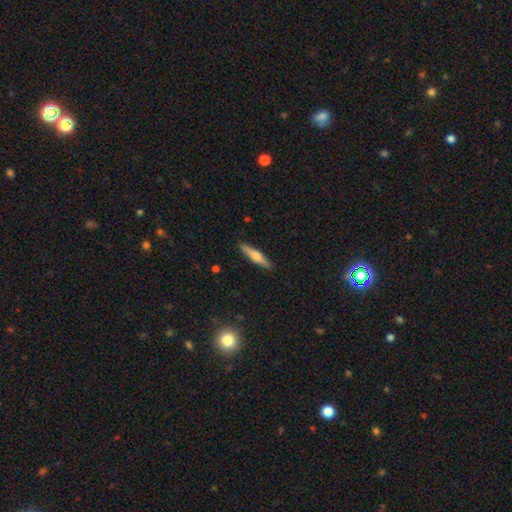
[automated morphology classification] The model was most divided on "smooth or featured": smooth: 48%, featured or disk: 46%, star or artifact: 6%. More confident: merging — none (90%).